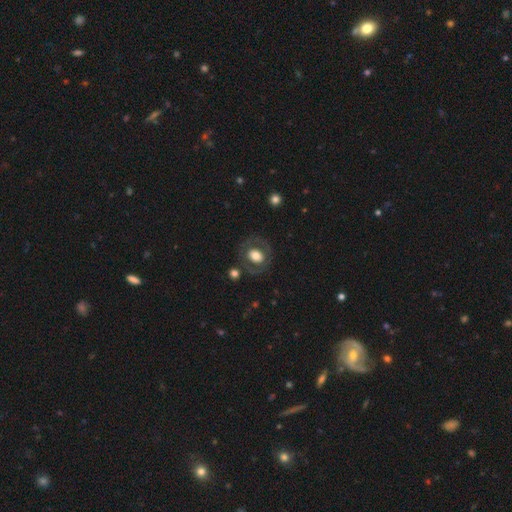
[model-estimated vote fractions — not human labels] Smooth or featured: smooth — 54% (featured or disk — 39%)
How rounded: round — 59% (in between — 40%)
Merging: none — 75% (minor disturbance — 13%)